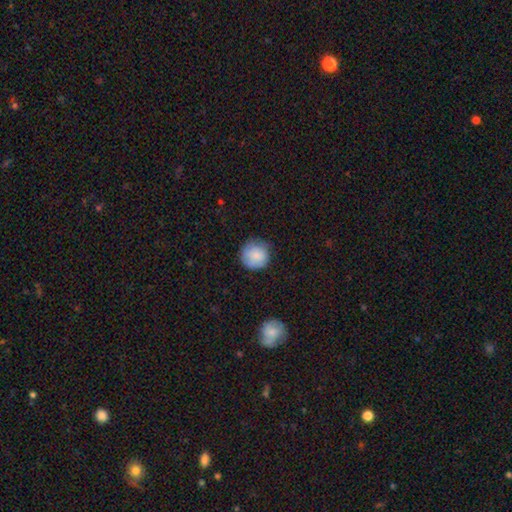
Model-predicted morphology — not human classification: Smooth or featured? smooth (81%)
How rounded? round (93%)
Merging? none (78%)